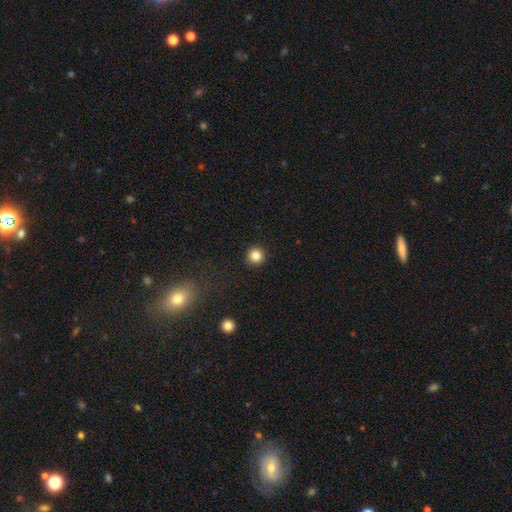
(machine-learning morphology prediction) Smooth or featured? smooth (84%)
How rounded? round (95%)
Merging? none (93%)